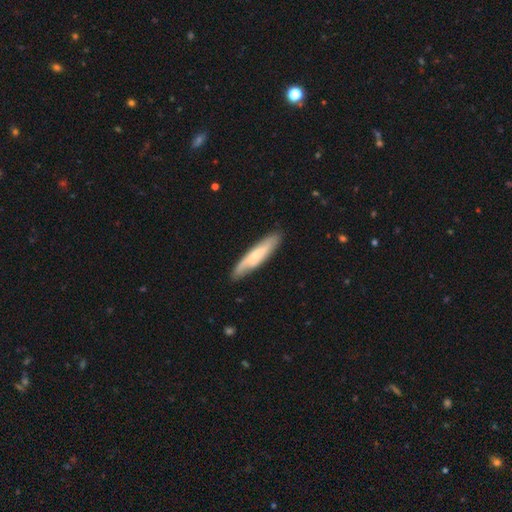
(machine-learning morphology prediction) featured or disk 49%, smooth 46%, star or artifact 5%. Down the decision tree: merging — none (82%).